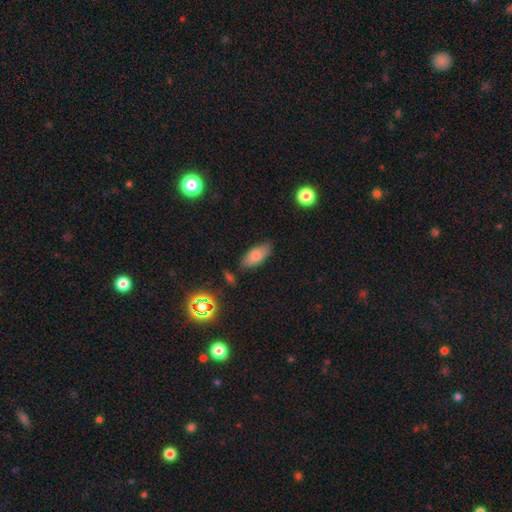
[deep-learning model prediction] This appears to be a smooth galaxy with no disk features (80%) that is in between round and cigar-shaped (85%). Merging: none (80%).